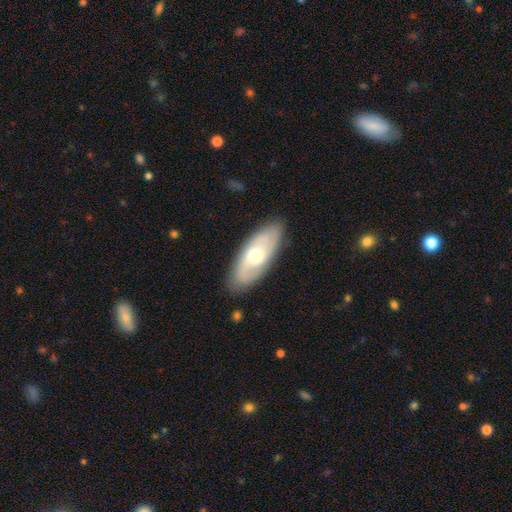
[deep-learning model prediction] A featured or disk galaxy (53%).

Vote fractions:
- Smooth or featured? featured or disk: 53% / smooth: 41% / star or artifact: 6%
- Edge-on disk? no: 82% / yes: 18%
- Merging? none: 85% / minor disturbance: 11% / major disturbance: 3% / merger: 1%